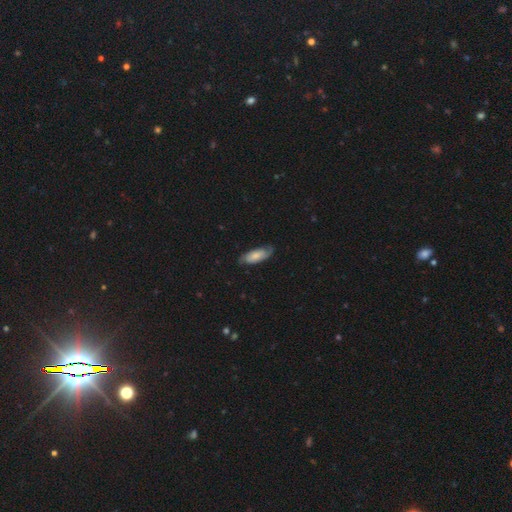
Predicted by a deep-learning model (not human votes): Smooth or featured?
  - smooth: 56% *
  - featured or disk: 38%
  - star or artifact: 6%
How rounded?
  - in between: 76% *
  - cigar-shaped: 22%
  - round: 2%
Merging?
  - none: 73% *
  - minor disturbance: 21%
  - major disturbance: 5%
  - merger: 1%